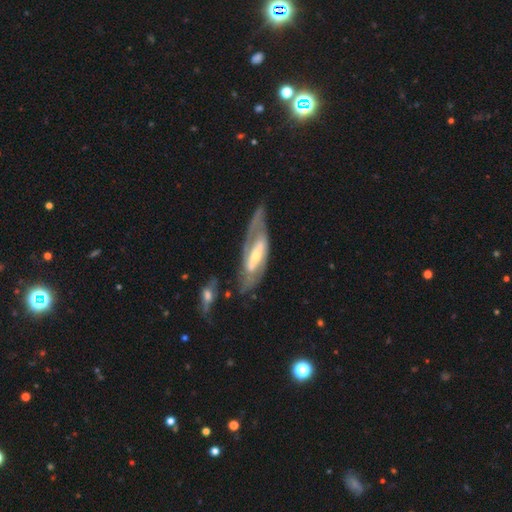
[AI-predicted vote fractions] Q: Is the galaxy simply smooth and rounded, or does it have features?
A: featured or disk — 80%.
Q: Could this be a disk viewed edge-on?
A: no — 86%.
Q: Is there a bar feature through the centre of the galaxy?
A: strong — 46%.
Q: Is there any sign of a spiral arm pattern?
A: yes — 81%.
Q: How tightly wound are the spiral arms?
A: medium — 40%, tied with tight.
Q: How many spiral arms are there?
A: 2 — 68%.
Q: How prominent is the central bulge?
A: moderate — 48%.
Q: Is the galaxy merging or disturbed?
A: none — 53%.